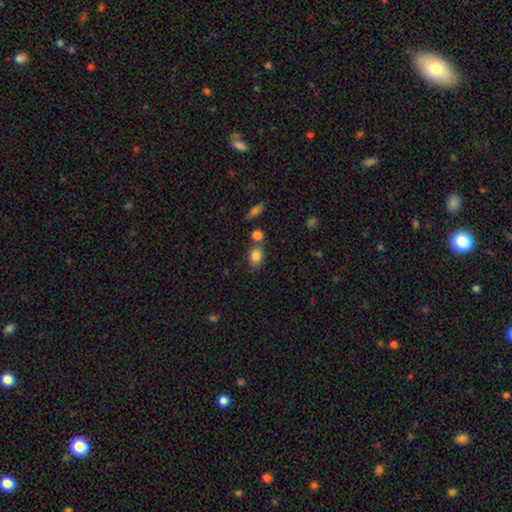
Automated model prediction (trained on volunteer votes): Q: Smooth or featured?
A: smooth (84%); runner-up: star or artifact (9%)
Q: How rounded?
A: in between (55%); runner-up: round (43%)
Q: Merging?
A: none (65%); runner-up: merger (18%)